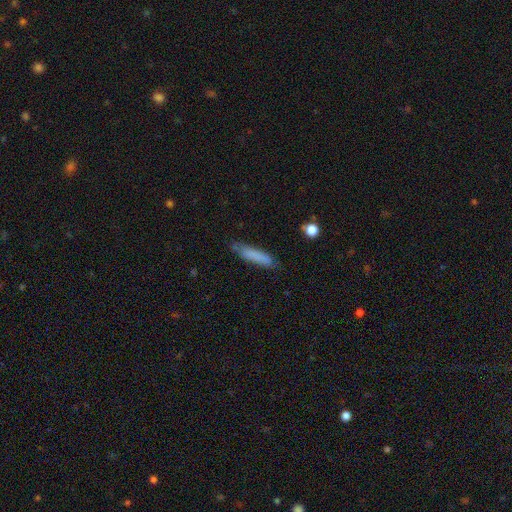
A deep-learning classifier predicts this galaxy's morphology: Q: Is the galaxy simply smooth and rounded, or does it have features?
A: smooth — 79%.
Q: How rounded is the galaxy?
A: cigar-shaped — 84%.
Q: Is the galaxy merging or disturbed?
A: none — 76%.